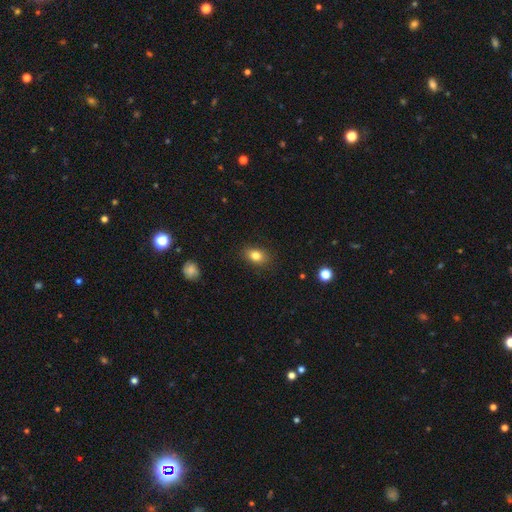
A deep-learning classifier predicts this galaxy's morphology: The model was most divided on "how rounded": in between: 78%, round: 20%, cigar-shaped: 2%. More confident: merging — none (86%); smooth or featured — smooth (82%).